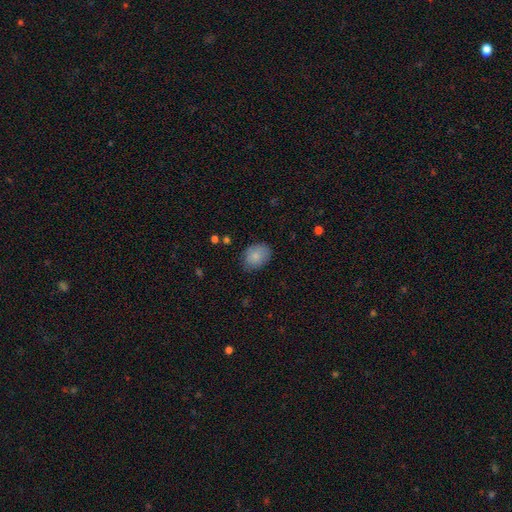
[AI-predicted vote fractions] This is clearly a smooth galaxy (85%). How rounded: likely in between (72%). Merging: likely none (77%).